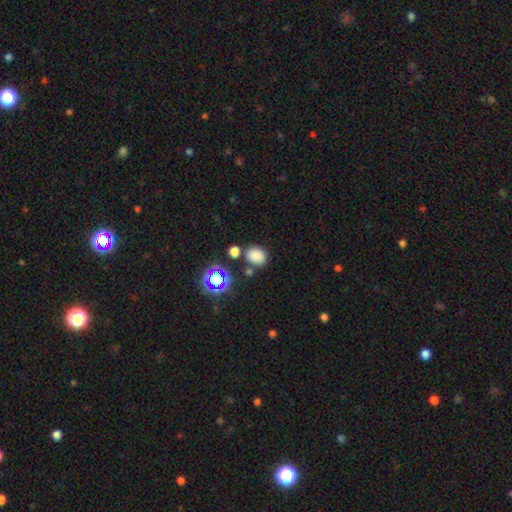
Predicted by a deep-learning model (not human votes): The model was most divided on "how rounded": round: 50%, in between: 49%, cigar-shaped: 1%. More confident: smooth or featured — smooth (77%); merging — none (73%).